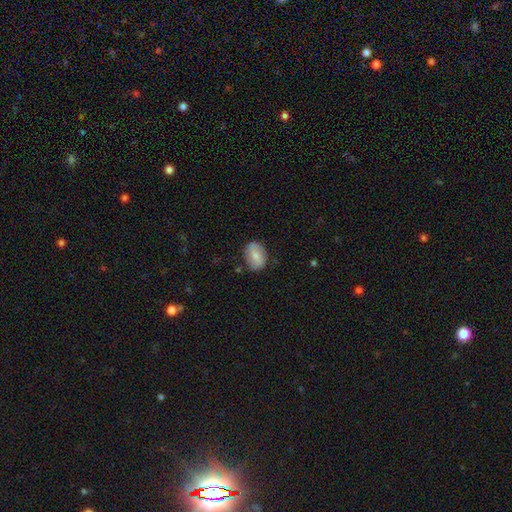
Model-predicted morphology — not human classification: This appears to be a smooth galaxy with no disk features (67%) that is in between round and cigar-shaped (74%). Merging: none (79%).